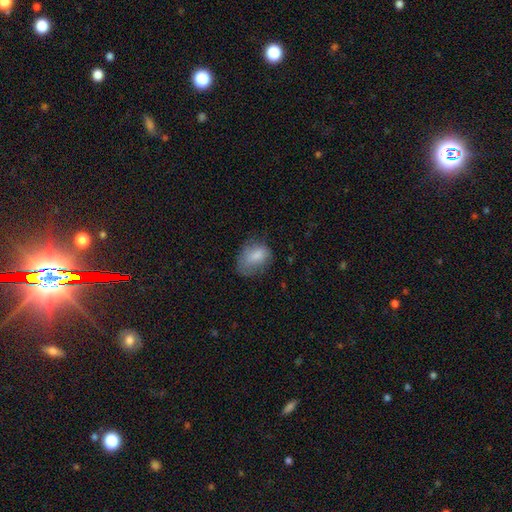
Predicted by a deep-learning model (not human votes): Smooth or featured? smooth (77%)
How rounded? in between (77%)
Merging? none (49%)